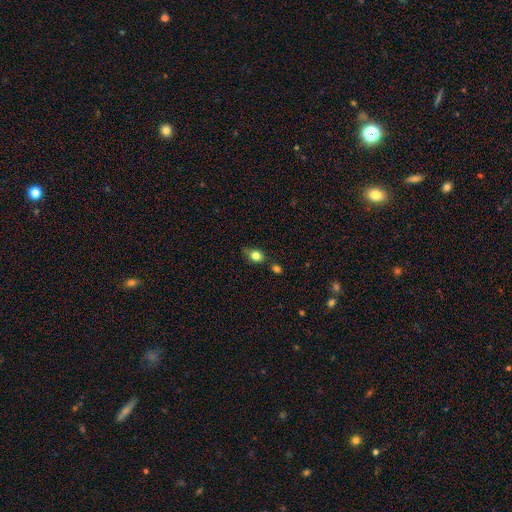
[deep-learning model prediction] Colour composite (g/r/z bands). It shows a smooth galaxy with no disk features (81%) that is round (49%, tied with in between). Merging: none (58%).